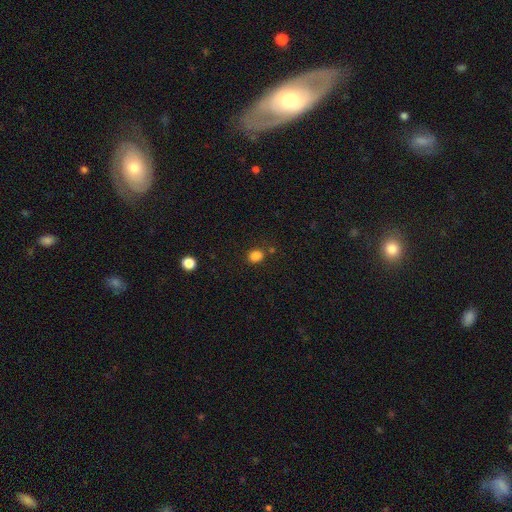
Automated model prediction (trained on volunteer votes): The model was most divided on "how rounded": round: 59%, in between: 40%, cigar-shaped: 1%. More confident: smooth or featured — smooth (84%); merging — none (76%).